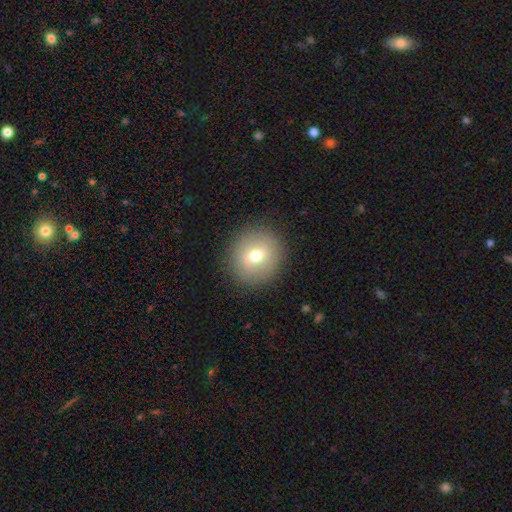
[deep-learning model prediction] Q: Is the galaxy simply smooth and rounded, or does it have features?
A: smooth — 70%.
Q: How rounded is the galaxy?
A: round — 87%.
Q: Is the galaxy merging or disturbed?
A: none — 89%.